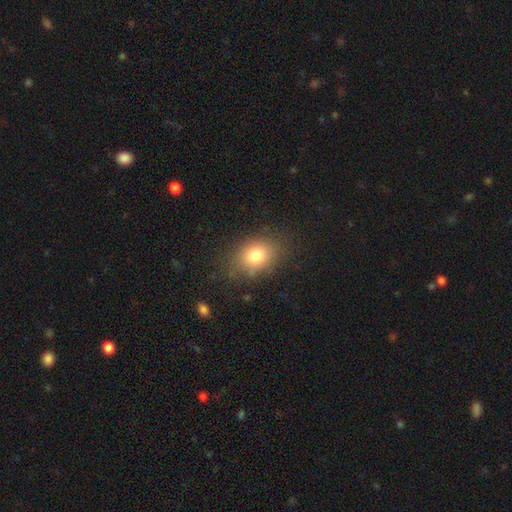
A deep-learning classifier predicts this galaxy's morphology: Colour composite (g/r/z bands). It shows a smooth galaxy with no disk features (77%) that is in between round and cigar-shaped (58%). Merging: none (78%).